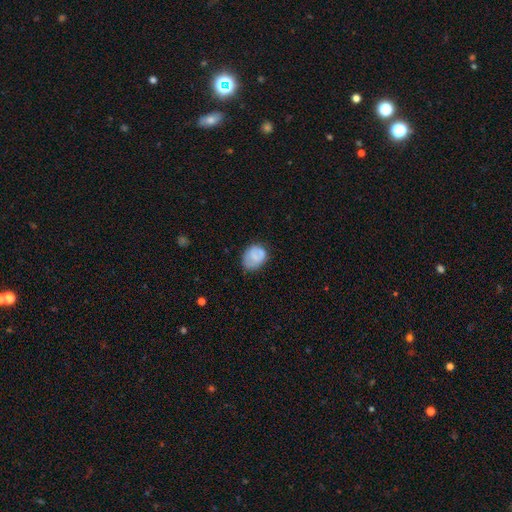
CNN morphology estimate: smooth-or-featured: smooth: 71% | featured or disk: 20% | star or artifact: 8%
  how-rounded: in between: 50% | round: 49% | cigar-shaped: 1%
  merging: none: 60% | minor disturbance: 29% | major disturbance: 9% | merger: 2%